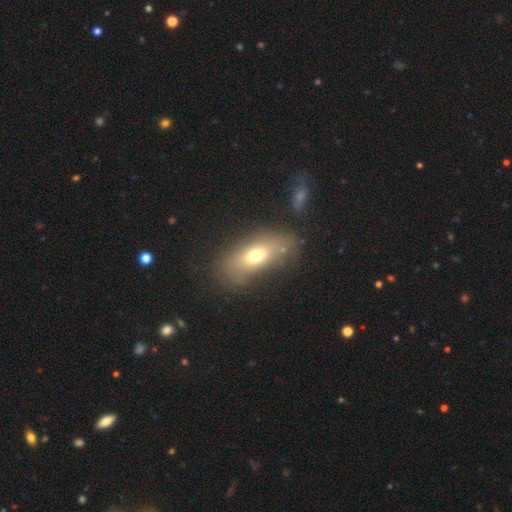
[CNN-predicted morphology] smooth-or-featured: smooth: 65% | featured or disk: 24% | star or artifact: 11%
  how-rounded: in between: 79% | cigar-shaped: 15% | round: 6%
  merging: none: 63% | minor disturbance: 20% | major disturbance: 11% | merger: 6%